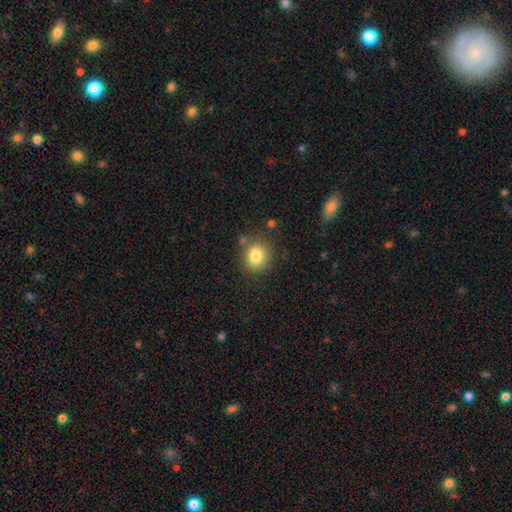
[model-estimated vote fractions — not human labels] Smooth or featured? Predicted: smooth (p=0.82). How rounded? Predicted: round (p=0.79). Merging? Predicted: none (p=0.81).